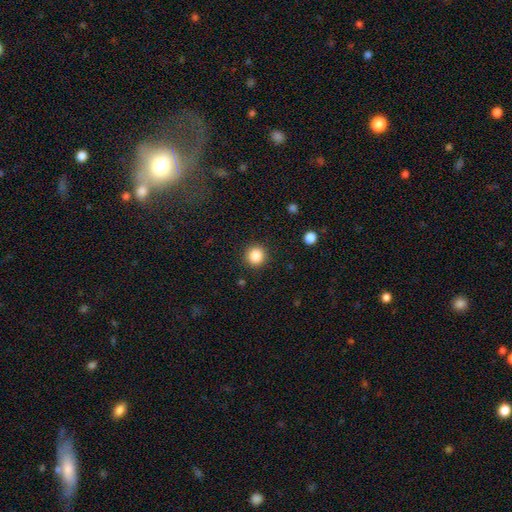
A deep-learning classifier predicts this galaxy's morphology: Smooth or featured? Predicted: smooth (p=0.86). How rounded? Predicted: round (p=0.93). Merging? Predicted: none (p=0.91).